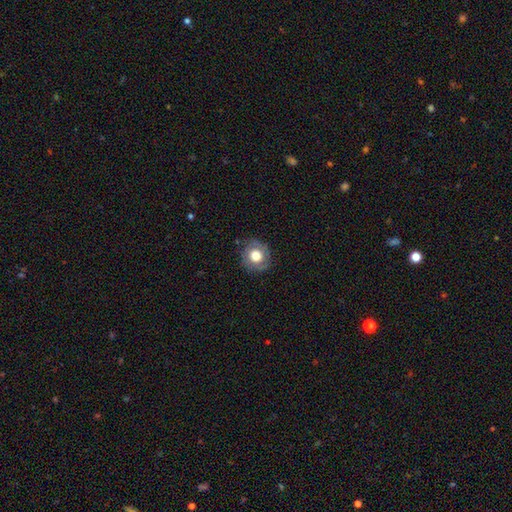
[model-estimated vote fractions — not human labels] This appears to be a smooth galaxy with no disk features (64%) that is round (85%). Merging: none (80%).